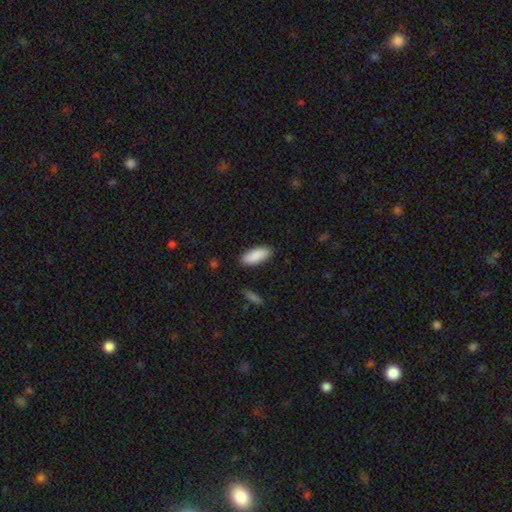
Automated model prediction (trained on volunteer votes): Smooth or featured: smooth — 90% (star or artifact — 6%)
How rounded: in between — 77% (cigar-shaped — 21%)
Merging: none — 87% (minor disturbance — 9%)